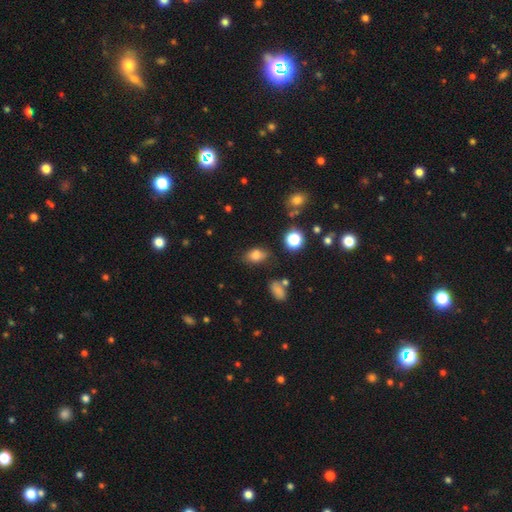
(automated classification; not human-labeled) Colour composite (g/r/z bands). It shows a smooth galaxy with no disk features (77%) that is in between round and cigar-shaped (81%). Merging: none (71%).